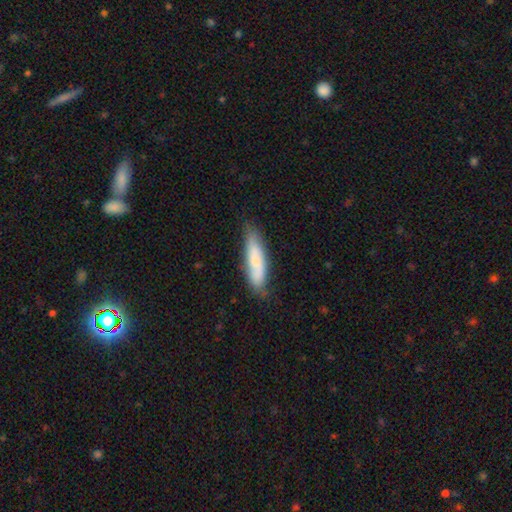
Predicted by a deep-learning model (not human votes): smooth 64%, featured or disk 29%, star or artifact 7%. Down the decision tree: how rounded — cigar-shaped (69%); merging — none (74%).